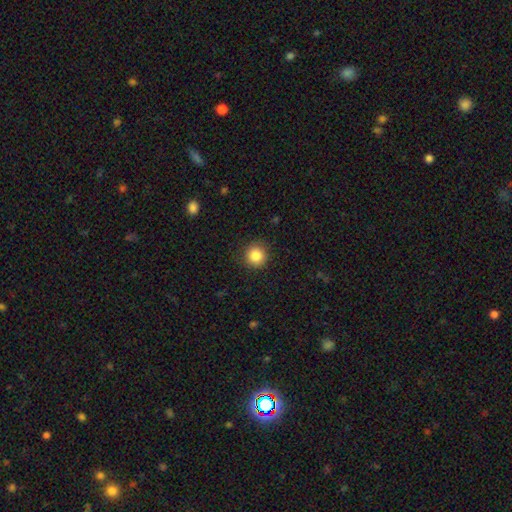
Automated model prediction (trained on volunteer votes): This appears to be a smooth galaxy with no disk features (86%) that is round (93%). Merging: none (89%).